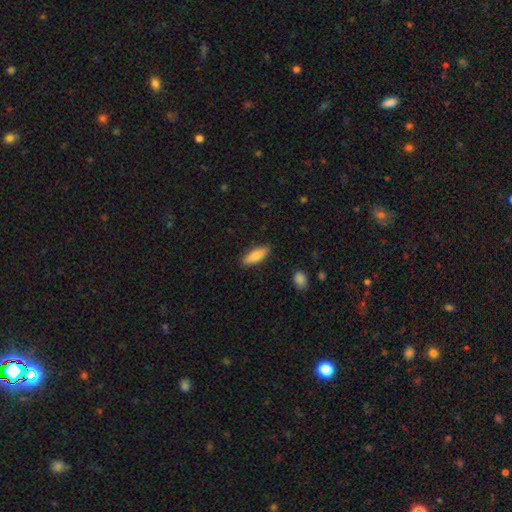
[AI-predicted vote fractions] Q: Smooth or featured?
A: smooth (83%); runner-up: featured or disk (11%)
Q: How rounded?
A: in between (58%); runner-up: cigar-shaped (41%)
Q: Merging?
A: none (87%); runner-up: minor disturbance (9%)